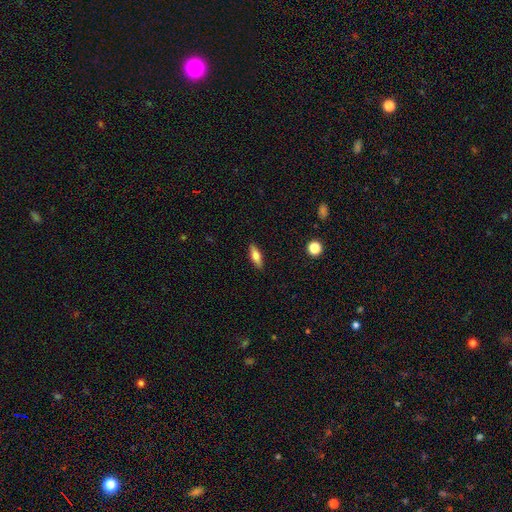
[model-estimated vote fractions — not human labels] Smooth or featured? smooth (69%)
How rounded? in between (56%)
Merging? none (88%)